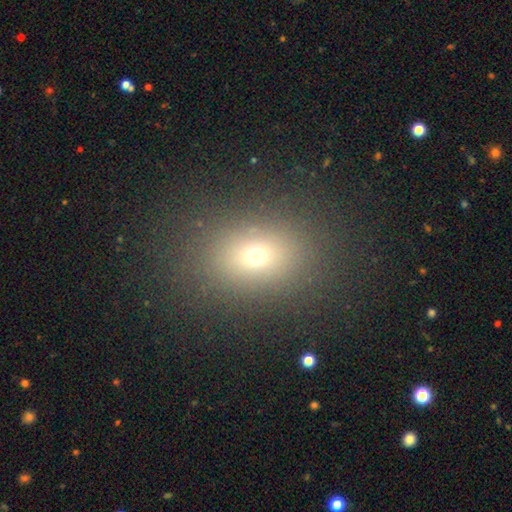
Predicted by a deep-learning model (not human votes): smooth_or_featured: smooth (p=0.67) [alt: star or artifact p=0.21]
how_rounded: in between (p=0.59) [alt: round p=0.39]
merging: none (p=0.85) [alt: minor disturbance p=0.09]